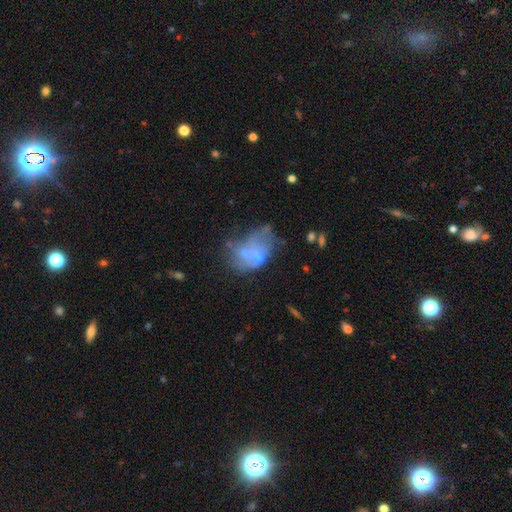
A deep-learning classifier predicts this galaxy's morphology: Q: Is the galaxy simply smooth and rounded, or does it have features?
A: featured or disk — 48%.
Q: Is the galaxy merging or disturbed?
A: major disturbance — 32%.